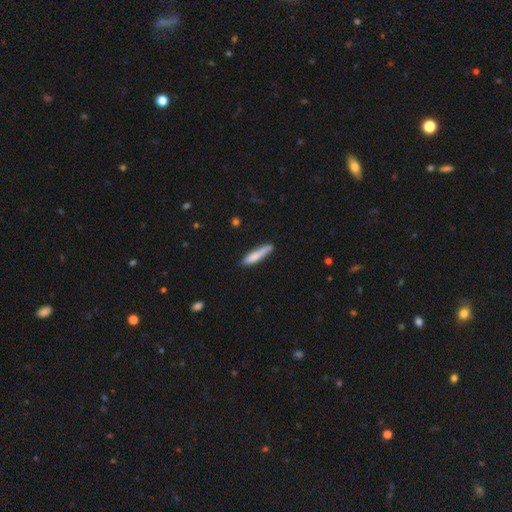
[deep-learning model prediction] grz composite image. It shows a smooth galaxy with no disk features (77%) that is cigar-shaped (88%). Merging: none (70%).